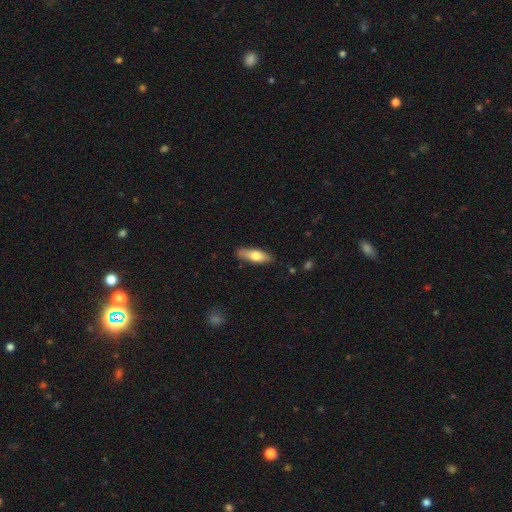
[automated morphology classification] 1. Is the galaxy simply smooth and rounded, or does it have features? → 68% smooth, 27% featured or disk, 6% star or artifact.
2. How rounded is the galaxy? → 51% in between, 47% cigar-shaped, 2% round.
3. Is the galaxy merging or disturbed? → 84% none, 12% minor disturbance, 2% major disturbance, 1% merger.